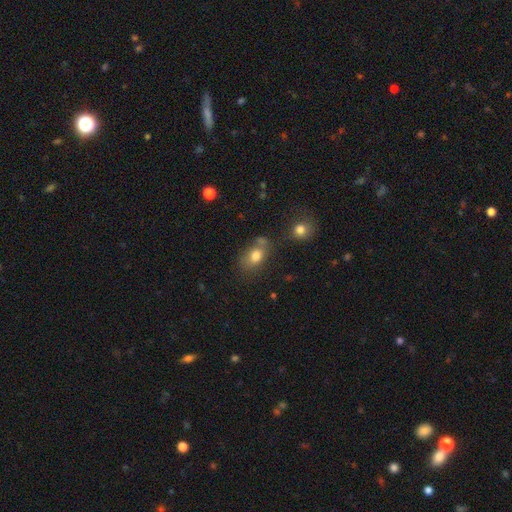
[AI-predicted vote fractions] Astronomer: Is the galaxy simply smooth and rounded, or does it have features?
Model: smooth — 78%.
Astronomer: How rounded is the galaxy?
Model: in between — 75%.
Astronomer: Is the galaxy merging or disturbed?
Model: none — 52%.